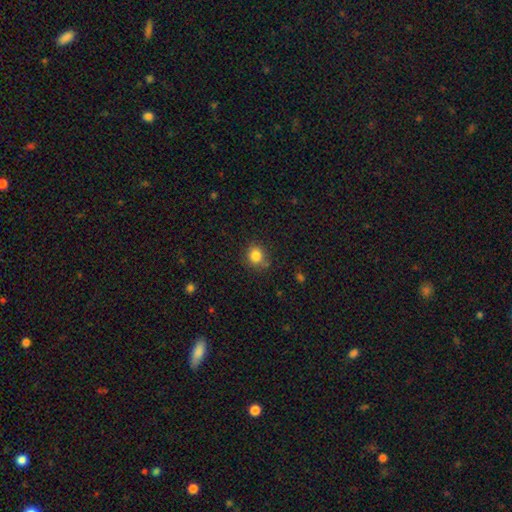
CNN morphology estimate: This is clearly a smooth galaxy (83%). How rounded: likely round (79%). Merging: likely none (78%).